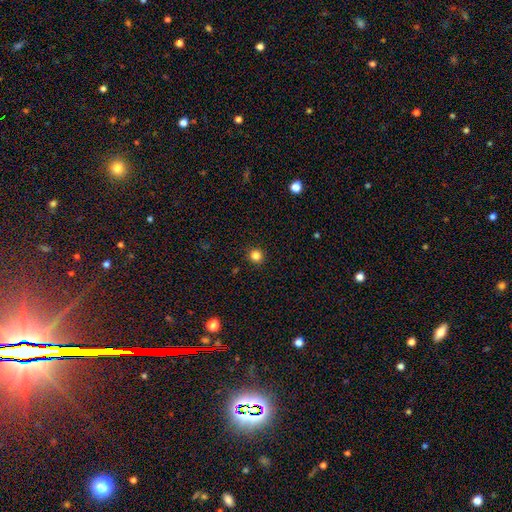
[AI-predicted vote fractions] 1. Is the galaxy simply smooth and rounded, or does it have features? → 83% smooth, 13% star or artifact, 4% featured or disk.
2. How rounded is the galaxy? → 94% round, 5% in between, 1% cigar-shaped.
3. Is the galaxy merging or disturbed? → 92% none, 5% minor disturbance, 2% major disturbance, 1% merger.